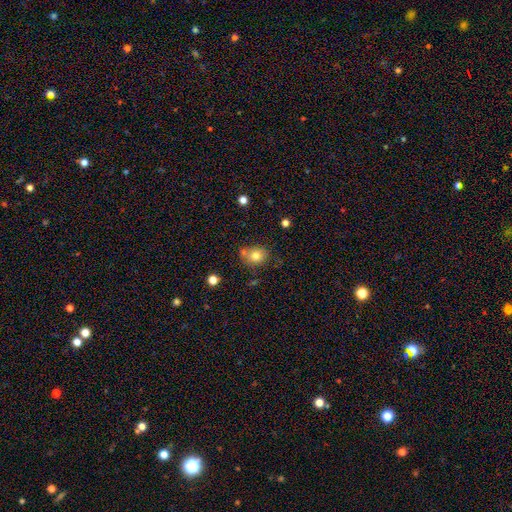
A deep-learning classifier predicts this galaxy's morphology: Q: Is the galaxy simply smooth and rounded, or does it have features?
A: smooth — 78%.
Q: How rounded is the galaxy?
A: round — 62%.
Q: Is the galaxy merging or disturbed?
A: none — 65%.